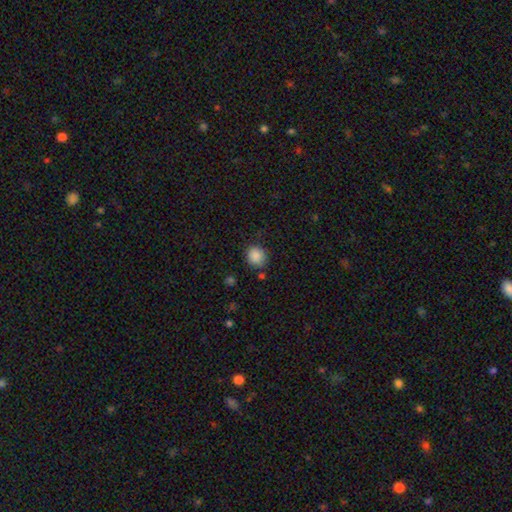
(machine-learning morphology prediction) Q: Smooth or featured?
A: smooth (87%); runner-up: star or artifact (10%)
Q: How rounded?
A: round (82%); runner-up: in between (17%)
Q: Merging?
A: none (80%); runner-up: minor disturbance (13%)